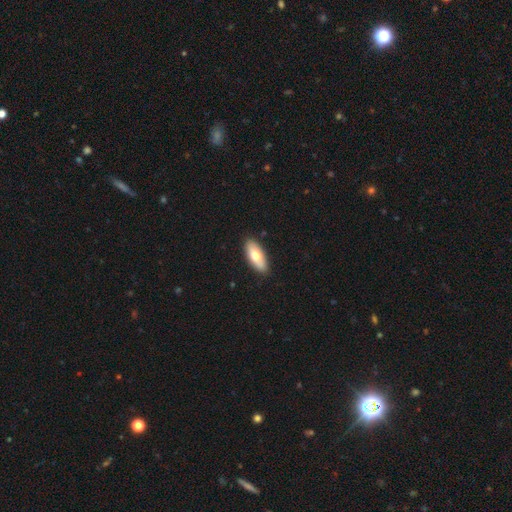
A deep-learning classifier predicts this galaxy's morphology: The model was most divided on "smooth or featured": smooth: 68%, featured or disk: 26%, star or artifact: 6%. More confident: merging — none (88%); how rounded — in between (81%).